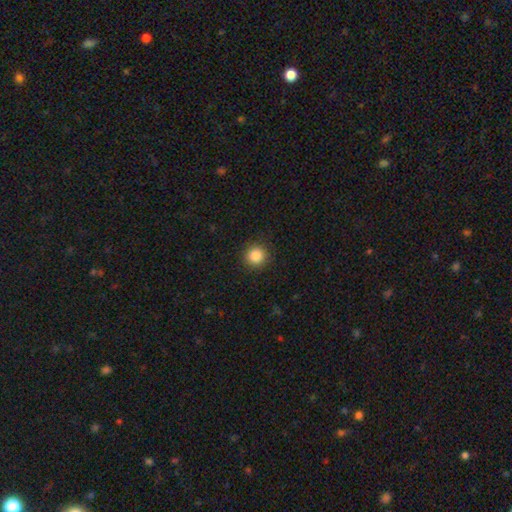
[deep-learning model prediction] Overall: smooth (86%). How rounded: round (94%). Merging: none (91%).